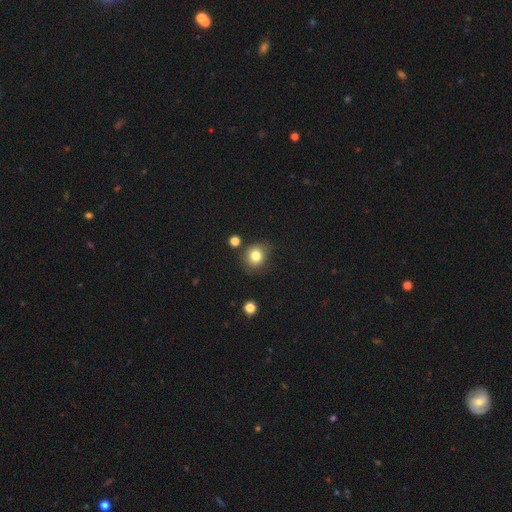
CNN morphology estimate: smooth_or_featured: smooth (p=0.80) [alt: star or artifact p=0.12]
how_rounded: round (p=0.75) [alt: in between p=0.24]
merging: none (p=0.73) [alt: minor disturbance p=0.18]